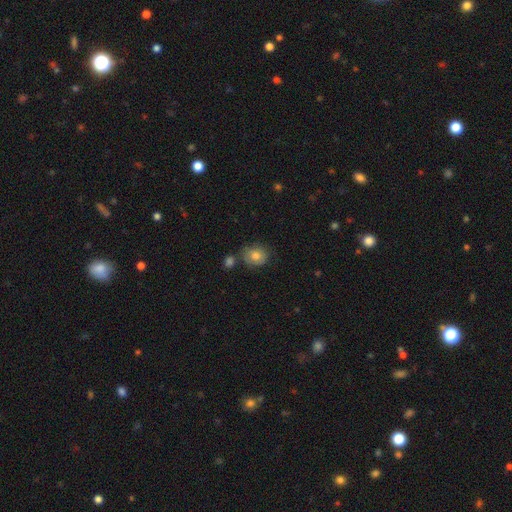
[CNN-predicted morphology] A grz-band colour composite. It shows a smooth galaxy with no disk features (77%) that is round (74%). Merging: none (69%).